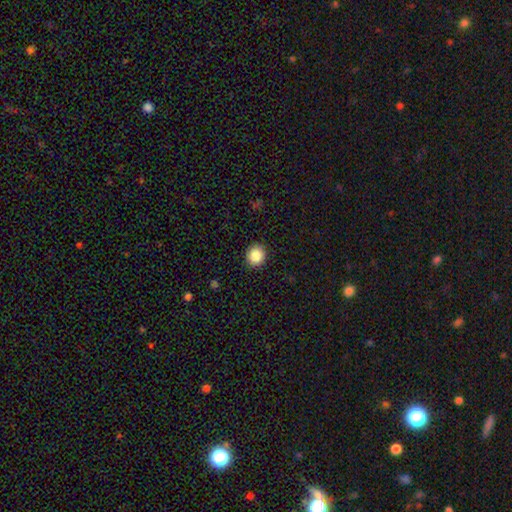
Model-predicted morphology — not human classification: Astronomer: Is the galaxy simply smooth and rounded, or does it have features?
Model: smooth — 86%.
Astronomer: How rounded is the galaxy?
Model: round — 83%.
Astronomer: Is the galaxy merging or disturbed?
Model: none — 92%.